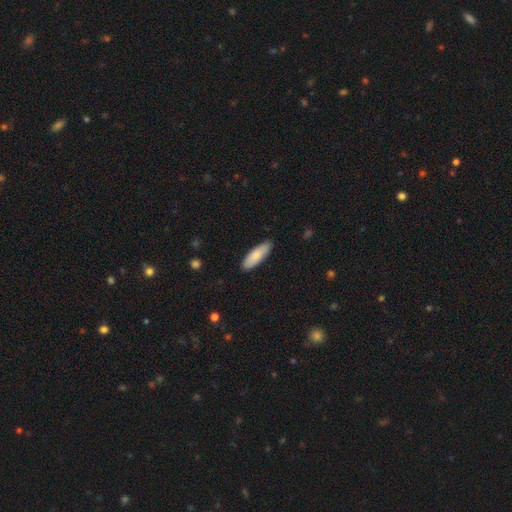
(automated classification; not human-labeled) Q: Smooth or featured?
A: smooth (84%); runner-up: featured or disk (11%)
Q: How rounded?
A: in between (56%); runner-up: cigar-shaped (42%)
Q: Merging?
A: none (87%); runner-up: minor disturbance (10%)